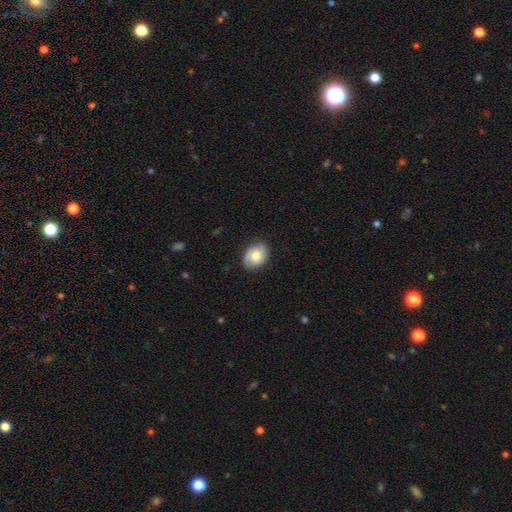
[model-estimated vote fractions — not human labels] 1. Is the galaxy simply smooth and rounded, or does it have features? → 52% smooth, 40% featured or disk, 7% star or artifact.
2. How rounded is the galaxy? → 62% in between, 37% round, 1% cigar-shaped.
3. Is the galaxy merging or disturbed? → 81% none, 14% minor disturbance, 3% major disturbance, 1% merger.